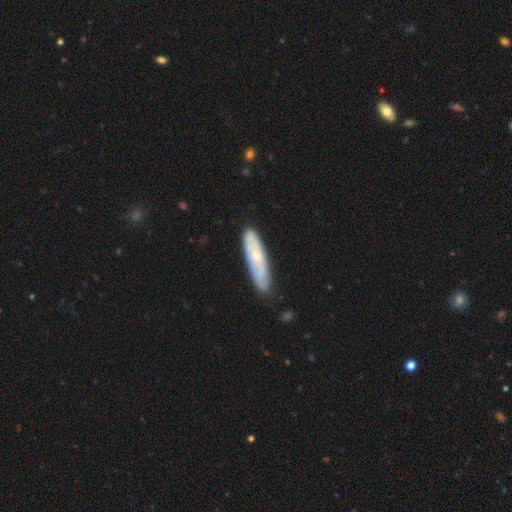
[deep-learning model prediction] smooth 47%, featured or disk 46%, star or artifact 6%. Down the decision tree: merging — none (79%).